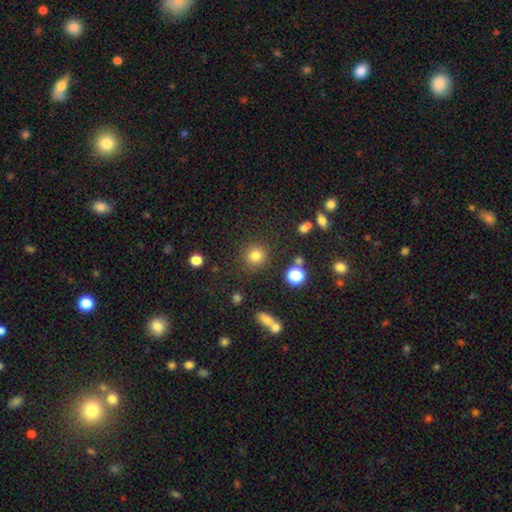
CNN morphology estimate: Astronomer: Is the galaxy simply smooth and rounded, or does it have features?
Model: smooth — 79%.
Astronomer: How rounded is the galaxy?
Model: round — 92%.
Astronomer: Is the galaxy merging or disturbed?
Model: none — 85%.